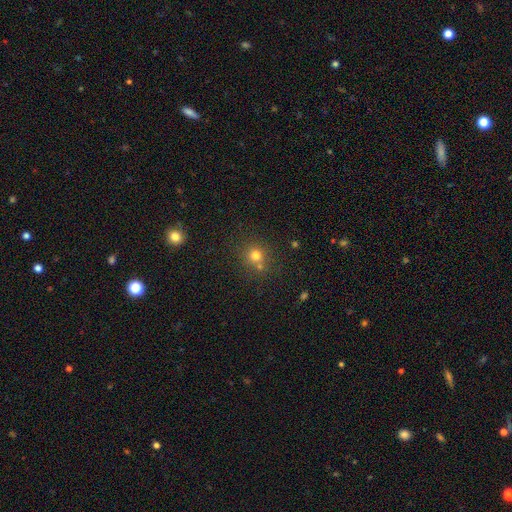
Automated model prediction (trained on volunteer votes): A smooth galaxy with no disk features (74%) that is round (88%).

Vote fractions:
- Smooth or featured? smooth: 74% / star or artifact: 18% / featured or disk: 9%
- How rounded? round: 88% / in between: 11% / cigar-shaped: 1%
- Merging? none: 68% / merger: 20% / minor disturbance: 9% / major disturbance: 3%